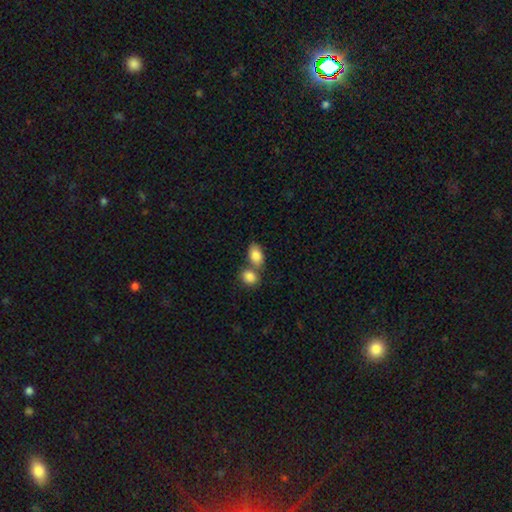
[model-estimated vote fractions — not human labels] Smooth or featured: smooth — 84% (featured or disk — 9%)
How rounded: in between — 86% (round — 13%)
Merging: merger — 44% (none — 43%)